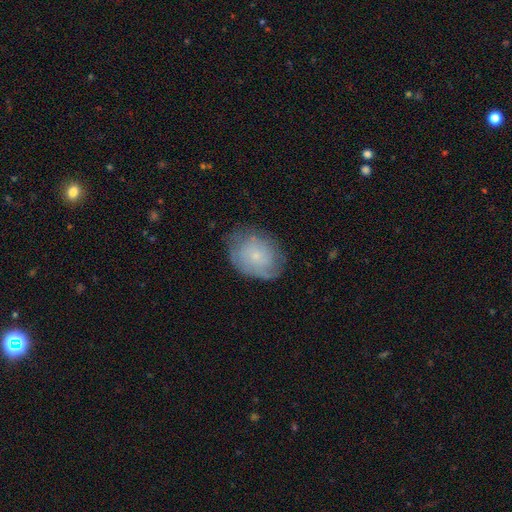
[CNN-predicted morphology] The model was most divided on "smooth or featured": smooth: 47%, featured or disk: 44%, star or artifact: 9%. More confident: merging — none (68%).